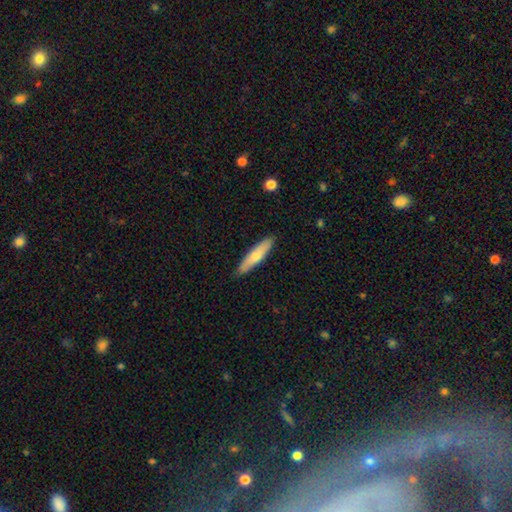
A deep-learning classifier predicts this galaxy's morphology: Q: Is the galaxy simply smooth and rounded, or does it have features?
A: smooth — 56%.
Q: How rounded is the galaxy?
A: cigar-shaped — 81%.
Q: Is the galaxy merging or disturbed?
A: none — 90%.